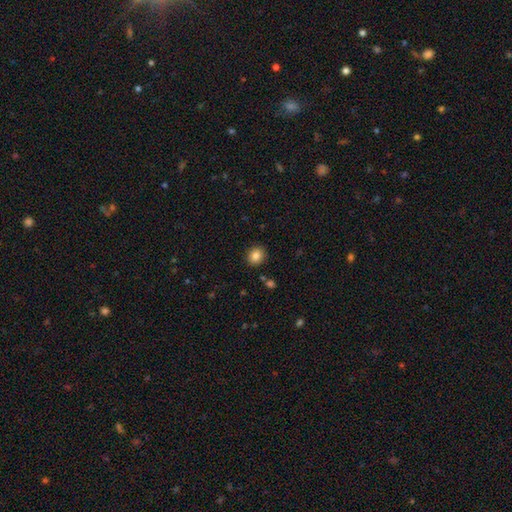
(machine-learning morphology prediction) Q: Smooth or featured?
A: smooth (84%); runner-up: star or artifact (10%)
Q: How rounded?
A: round (76%); runner-up: in between (23%)
Q: Merging?
A: none (90%); runner-up: minor disturbance (7%)